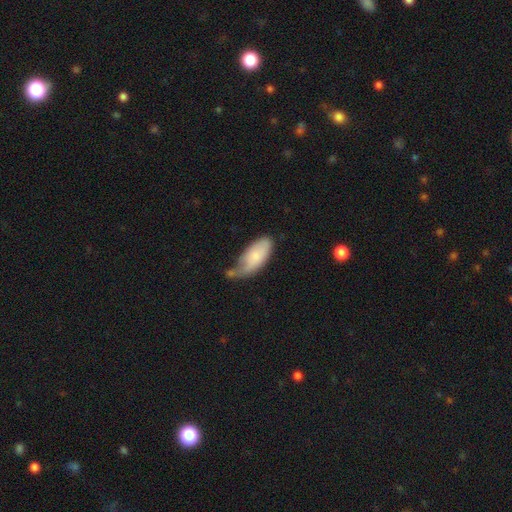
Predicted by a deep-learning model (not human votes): The model was most divided on "merging": minor disturbance: 37%, none: 31%, major disturbance: 21%, merger: 11%. More confident: how rounded — in between (89%); smooth or featured — smooth (75%).